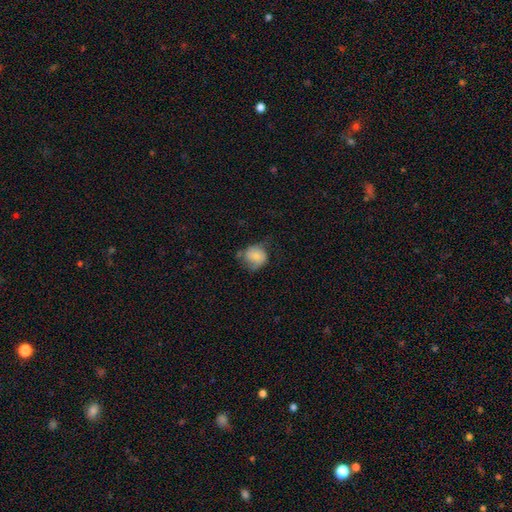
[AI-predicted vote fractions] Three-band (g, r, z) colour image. It shows a smooth galaxy with no disk features (59%) that is round (72%). Merging: none (45%).